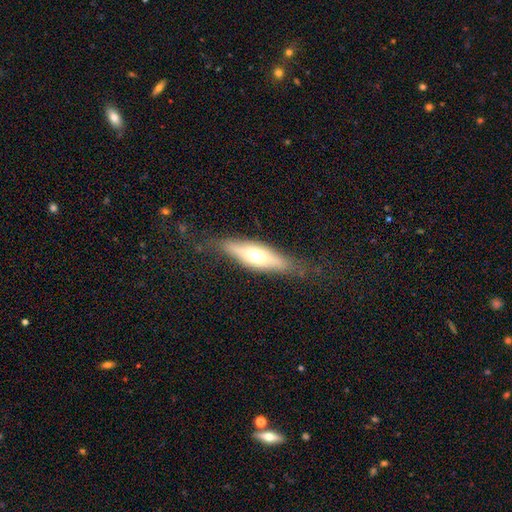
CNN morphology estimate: featured or disk 50%, smooth 43%, star or artifact 6%. Down the decision tree: edge-on disk — yes (82%); merging — none (74%).